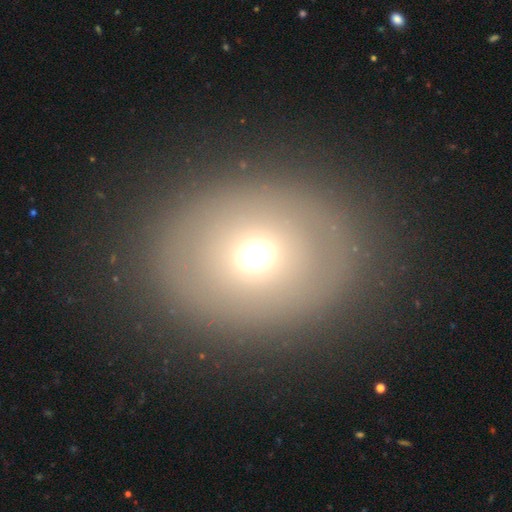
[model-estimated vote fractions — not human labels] Smooth or featured: smooth — 63% (featured or disk — 21%)
How rounded: round — 55% (in between — 44%)
Merging: none — 84% (minor disturbance — 9%)